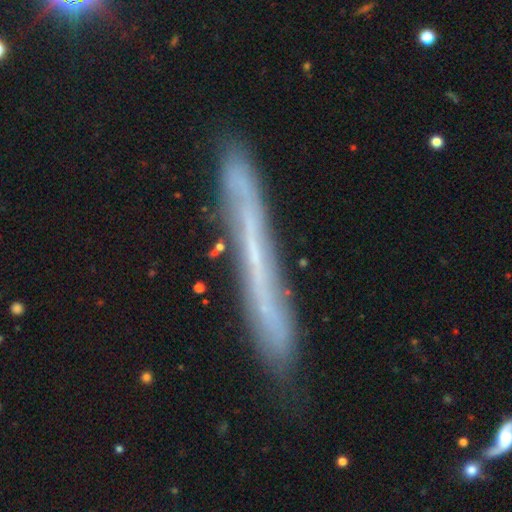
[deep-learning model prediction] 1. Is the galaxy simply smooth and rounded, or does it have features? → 57% featured or disk, 32% smooth, 12% star or artifact.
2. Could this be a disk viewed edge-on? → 87% yes, 13% no.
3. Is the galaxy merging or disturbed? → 79% none, 15% minor disturbance, 3% major disturbance, 2% merger.